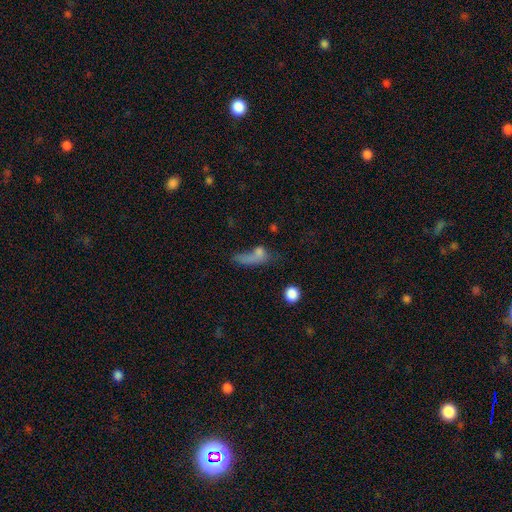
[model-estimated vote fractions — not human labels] The model was most divided on "merging": major disturbance: 39%, none: 25%, merger: 21%, minor disturbance: 16%. More confident: smooth or featured — smooth (63%); how rounded — in between (55%).